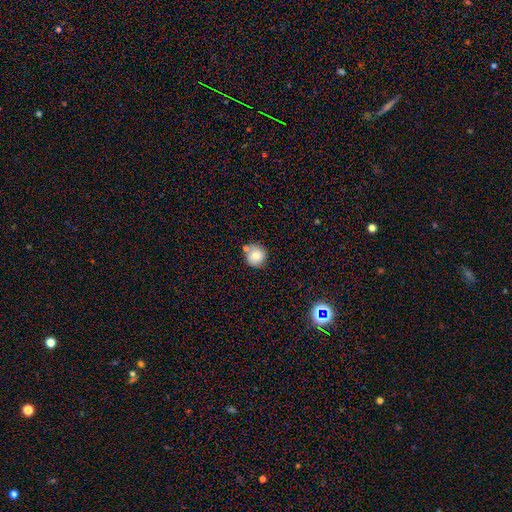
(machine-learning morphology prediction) Smooth or featured? smooth (78%)
How rounded? round (93%)
Merging? none (70%)